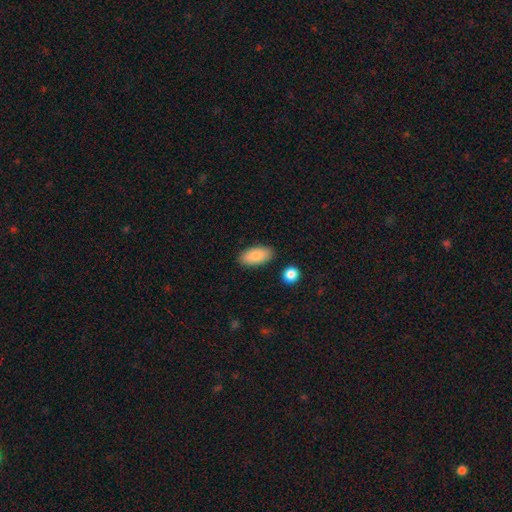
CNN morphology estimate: This appears to be a smooth galaxy with no disk features (87%) that is in between round and cigar-shaped (92%). Merging: none (86%).